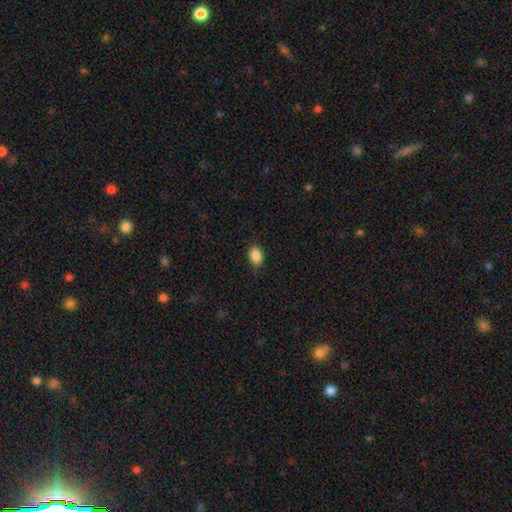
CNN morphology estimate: Smooth or featured?
  - smooth: 87% *
  - star or artifact: 8%
  - featured or disk: 4%
How rounded?
  - in between: 80% *
  - round: 19%
  - cigar-shaped: 1%
Merging?
  - none: 77% *
  - minor disturbance: 19%
  - major disturbance: 3%
  - merger: 1%